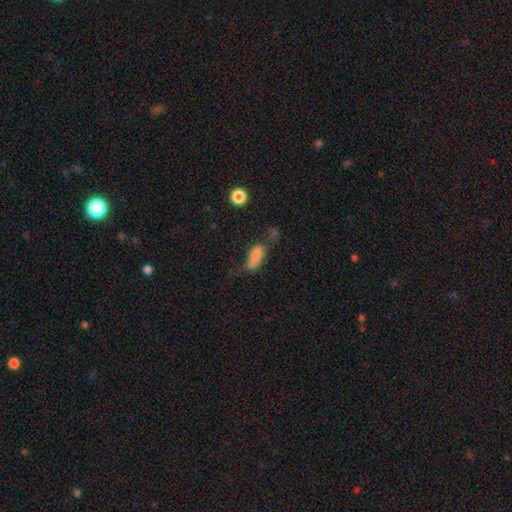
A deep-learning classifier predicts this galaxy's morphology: Overall: smooth (78%). How rounded: in between (77%). Merging: none (37%; minor disturbance 29%).